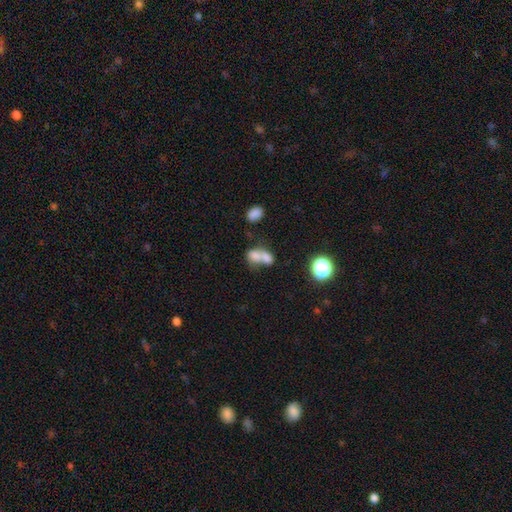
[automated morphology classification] smooth_or_featured: smooth (p=0.71) [alt: featured or disk p=0.17]
how_rounded: in between (p=0.72) [alt: round p=0.25]
merging: merger (p=0.69) [alt: none p=0.18]